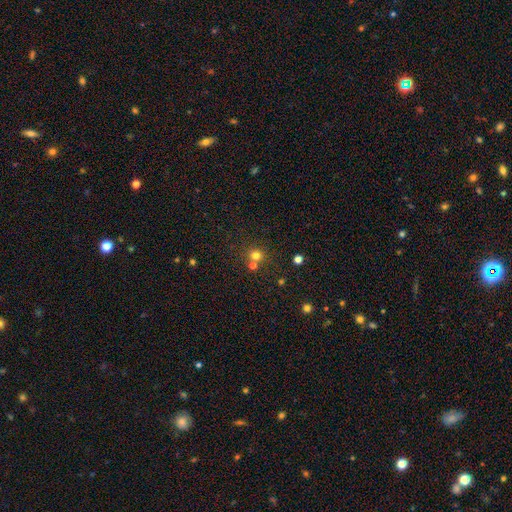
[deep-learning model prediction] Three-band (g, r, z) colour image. It shows a smooth galaxy with no disk features (73%) that is round (88%). Merging: none (62%).